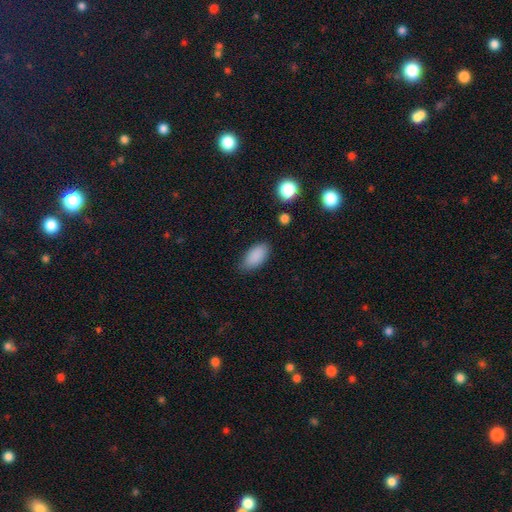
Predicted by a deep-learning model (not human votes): Smooth or featured?
  - smooth: 88% *
  - star or artifact: 8%
  - featured or disk: 4%
How rounded?
  - in between: 92% *
  - cigar-shaped: 5%
  - round: 3%
Merging?
  - none: 79% *
  - minor disturbance: 16%
  - major disturbance: 3%
  - merger: 2%